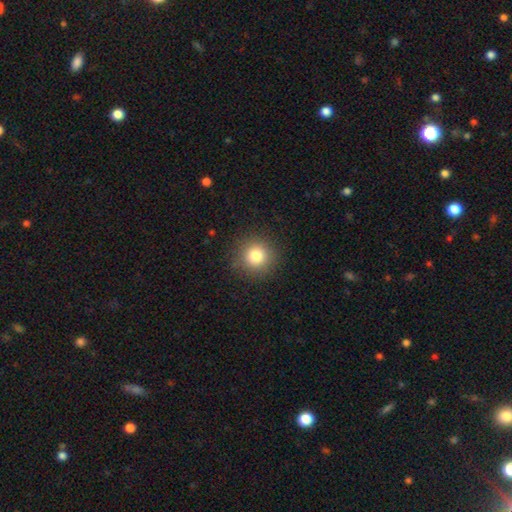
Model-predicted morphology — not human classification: Smooth or featured: smooth — 81% (star or artifact — 12%)
How rounded: round — 94% (in between — 5%)
Merging: none — 90% (minor disturbance — 6%)